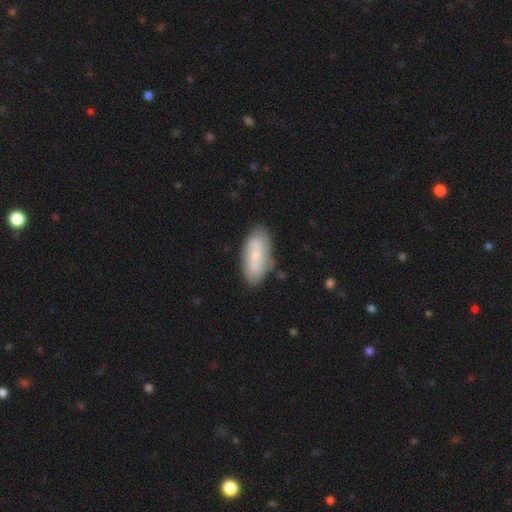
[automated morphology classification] Q: Smooth or featured?
A: smooth (60%); runner-up: featured or disk (34%)
Q: How rounded?
A: in between (84%); runner-up: cigar-shaped (14%)
Q: Merging?
A: none (77%); runner-up: minor disturbance (16%)